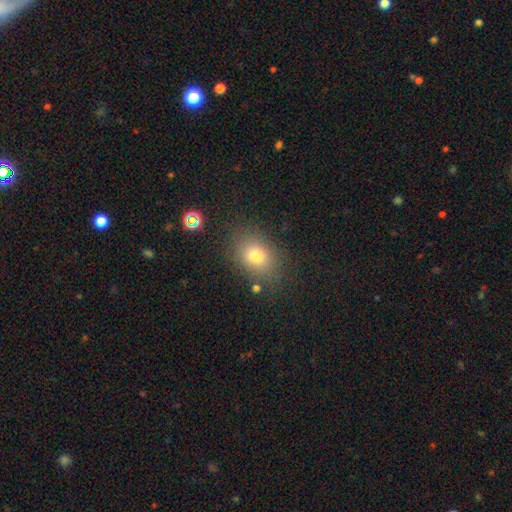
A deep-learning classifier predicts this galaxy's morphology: type=smooth (76%); roundness=in between (64%); merging=none (80%).